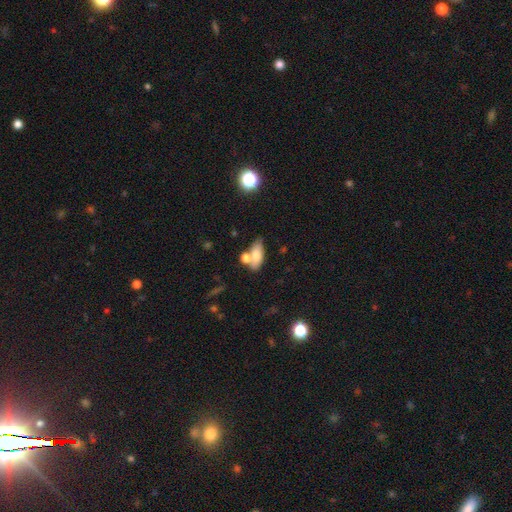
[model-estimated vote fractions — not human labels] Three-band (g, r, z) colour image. It shows a smooth galaxy with no disk features (70%) that is in between round and cigar-shaped (80%). Merging: none (50%).